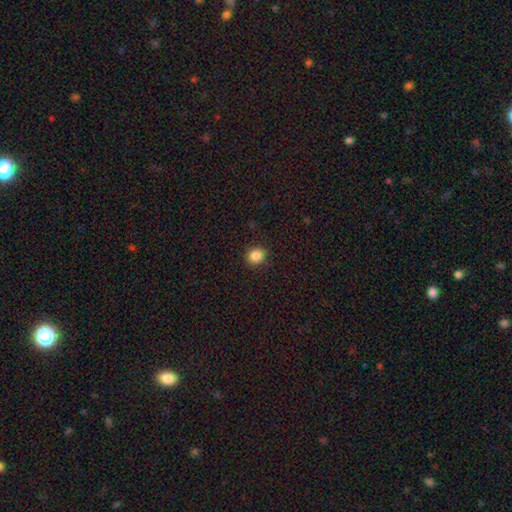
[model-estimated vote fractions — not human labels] Q: Smooth or featured?
A: smooth (87%); runner-up: star or artifact (10%)
Q: How rounded?
A: round (76%); runner-up: in between (23%)
Q: Merging?
A: none (90%); runner-up: minor disturbance (7%)